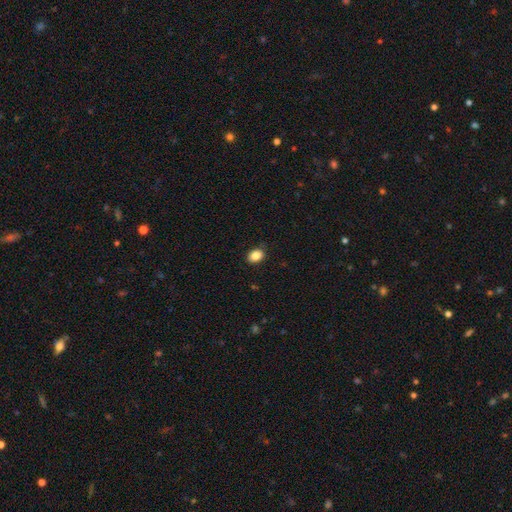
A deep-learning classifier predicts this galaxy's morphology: The model was most divided on "how rounded": in between: 77%, round: 22%, cigar-shaped: 1%. More confident: smooth or featured — smooth (86%); merging — none (85%).